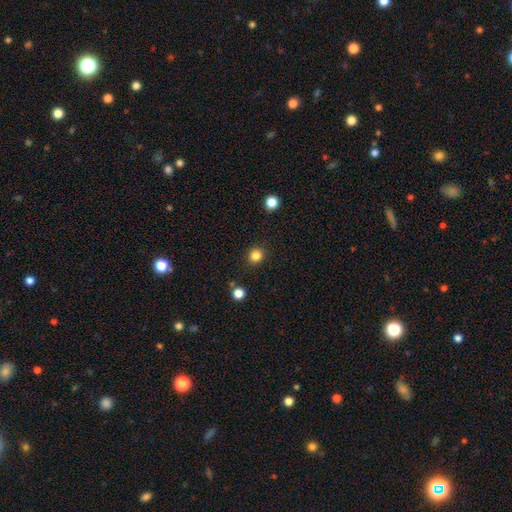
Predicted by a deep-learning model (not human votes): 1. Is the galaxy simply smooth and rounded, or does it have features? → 83% smooth, 13% star or artifact, 4% featured or disk.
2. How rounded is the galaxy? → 91% round, 8% in between, 1% cigar-shaped.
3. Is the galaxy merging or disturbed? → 91% none, 5% minor disturbance, 2% major disturbance, 2% merger.